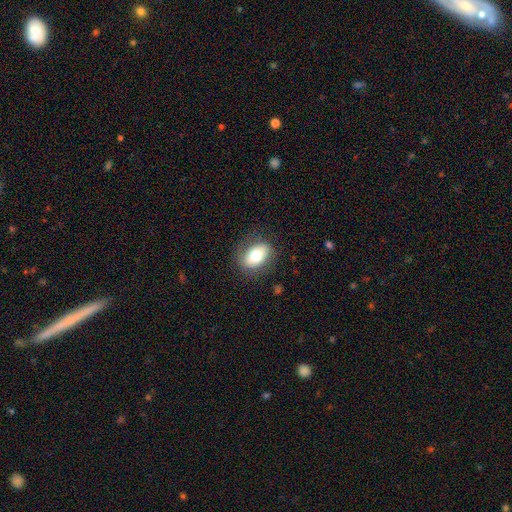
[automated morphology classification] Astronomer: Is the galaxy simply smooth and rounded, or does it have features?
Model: smooth — 73%.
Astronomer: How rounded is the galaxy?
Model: in between — 82%.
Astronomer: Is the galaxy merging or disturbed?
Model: none — 80%.